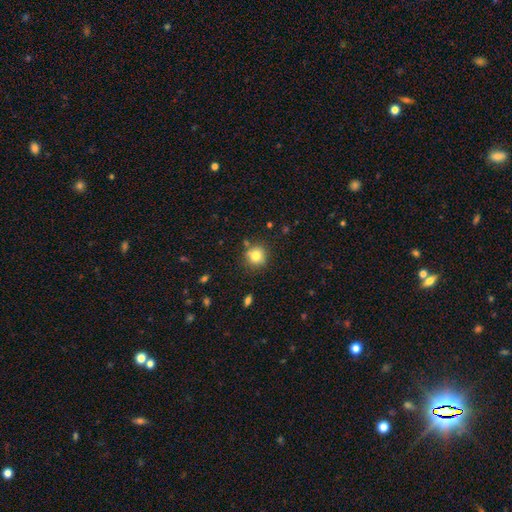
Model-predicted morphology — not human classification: type=smooth (79%); roundness=round (90%); merging=none (81%).